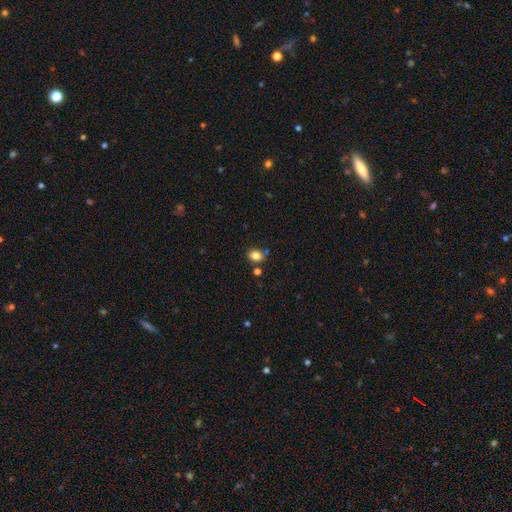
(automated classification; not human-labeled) The model was most divided on "how rounded": round: 50%, in between: 49%, cigar-shaped: 1%. More confident: smooth or featured — smooth (83%); merging — none (77%).